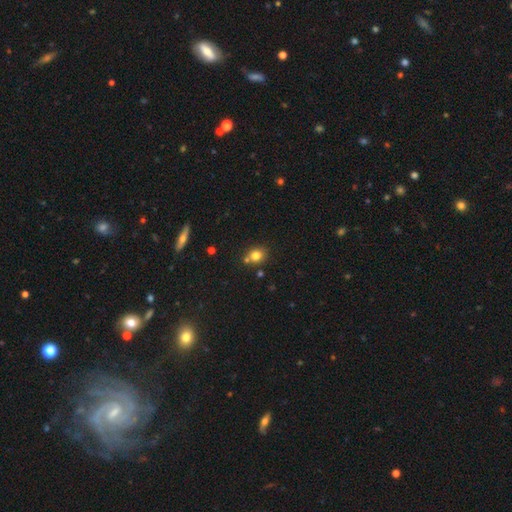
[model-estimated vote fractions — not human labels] The model was most divided on "merging": none: 66%, merger: 20%, minor disturbance: 11%, major disturbance: 3%. More confident: smooth or featured — smooth (78%); how rounded — round (74%).